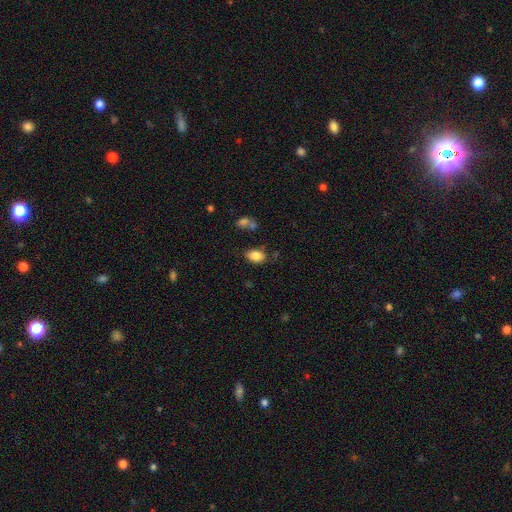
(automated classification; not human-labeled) A smooth galaxy with no disk features (85%) that is in between round and cigar-shaped (86%). Merging: none (76%).